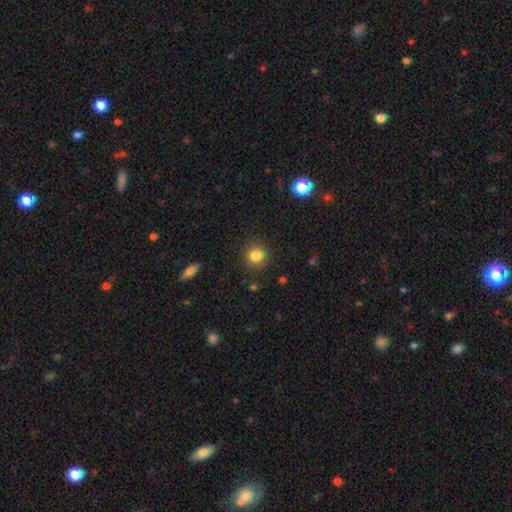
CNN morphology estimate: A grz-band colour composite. It shows a smooth galaxy with no disk features (84%) that is round (88%). Merging: none (89%).